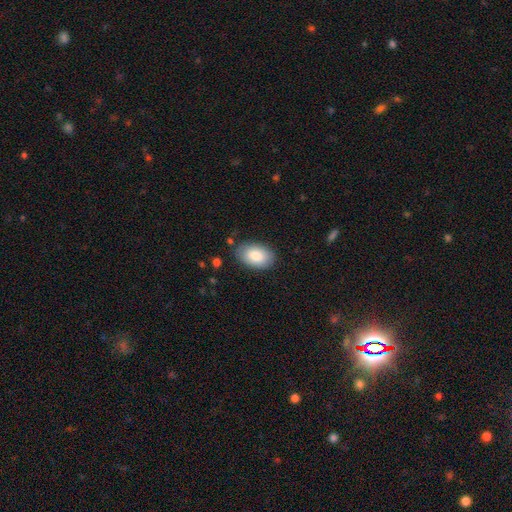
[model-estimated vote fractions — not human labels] Overall: smooth (83%). How rounded: in between (92%). Merging: none (83%).